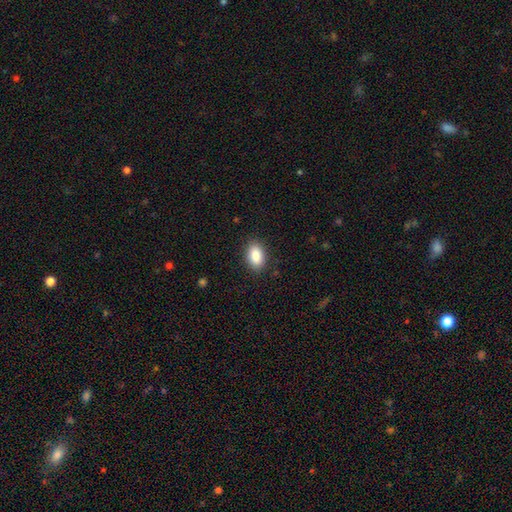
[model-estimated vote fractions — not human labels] Q: Smooth or featured?
A: smooth (89%); runner-up: star or artifact (7%)
Q: How rounded?
A: in between (91%); runner-up: round (8%)
Q: Merging?
A: none (88%); runner-up: minor disturbance (9%)